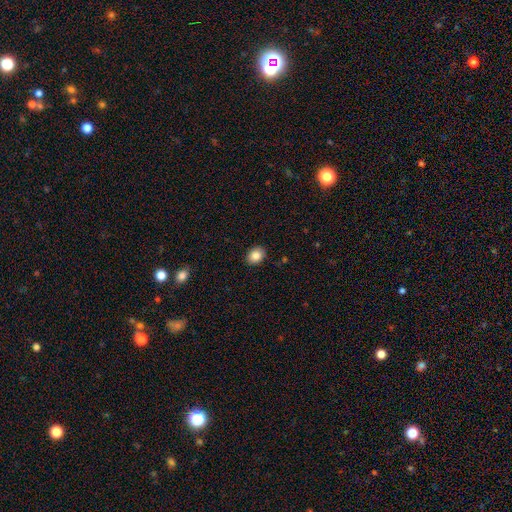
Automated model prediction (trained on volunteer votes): Morphology: type=smooth (85%); roundness=in between (54%); merging=none (89%).